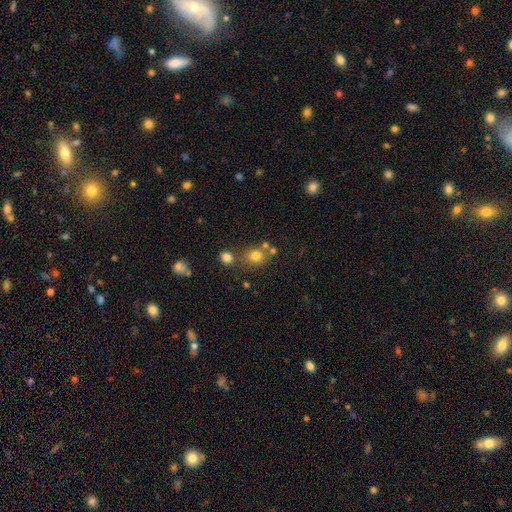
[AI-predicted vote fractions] smooth-or-featured: smooth: 76% | star or artifact: 15% | featured or disk: 9%
  how-rounded: round: 78% | in between: 21% | cigar-shaped: 1%
  merging: none: 66% | merger: 19% | minor disturbance: 11% | major disturbance: 4%